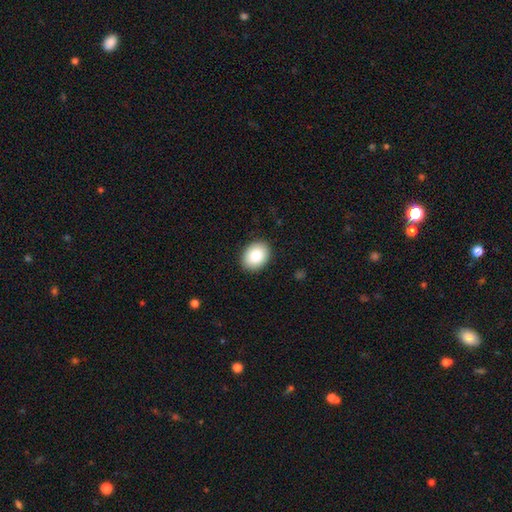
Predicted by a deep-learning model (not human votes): Smooth or featured: smooth — 85% (star or artifact — 7%)
How rounded: in between — 61% (round — 38%)
Merging: none — 90% (minor disturbance — 7%)